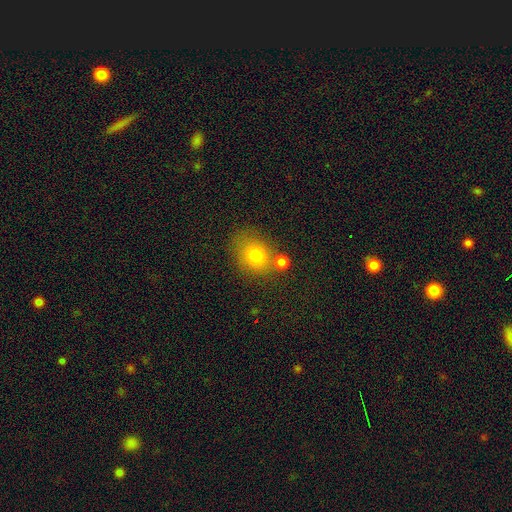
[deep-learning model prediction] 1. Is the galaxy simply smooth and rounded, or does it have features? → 76% smooth, 13% star or artifact, 11% featured or disk.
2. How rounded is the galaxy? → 60% round, 39% in between, 1% cigar-shaped.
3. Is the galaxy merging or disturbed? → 61% none, 20% merger, 14% minor disturbance, 5% major disturbance.